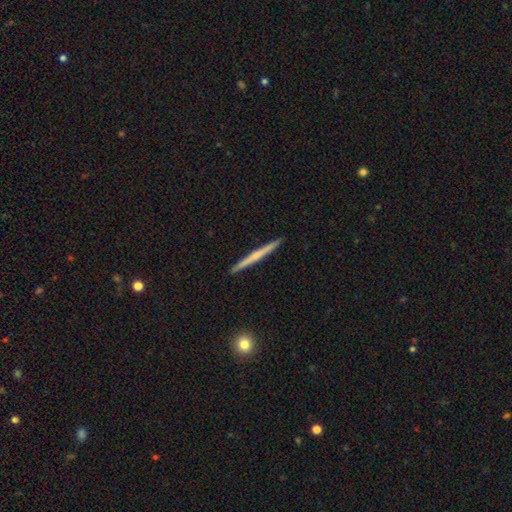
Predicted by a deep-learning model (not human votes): smooth-or-featured: featured or disk: 55% | smooth: 39% | star or artifact: 5%
  disk-edge-on: yes: 98% | no: 2%
    edge-on-bulge: none: 62% | rounded: 32% | boxy: 5%
  merging: none: 93% | minor disturbance: 5% | merger: 1% | major disturbance: 1%